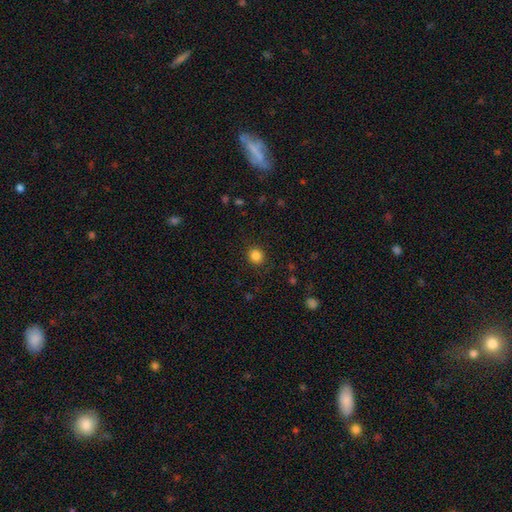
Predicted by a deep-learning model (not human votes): smooth_or_featured: smooth (p=0.85) [alt: star or artifact p=0.12]
how_rounded: round (p=0.85) [alt: in between p=0.14]
merging: none (p=0.89) [alt: minor disturbance p=0.07]